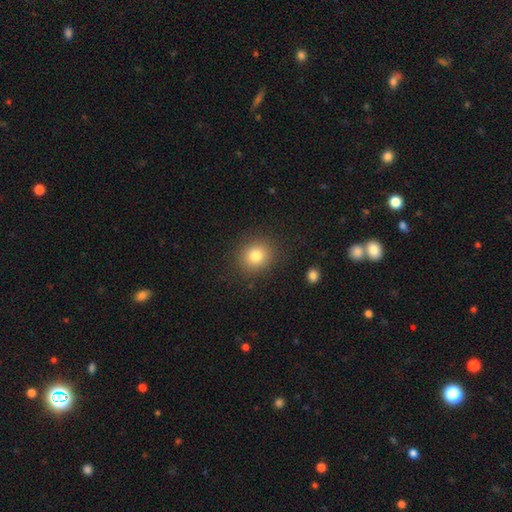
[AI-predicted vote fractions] smooth 81%, star or artifact 11%, featured or disk 8%. Down the decision tree: how rounded — round (81%); merging — none (88%).